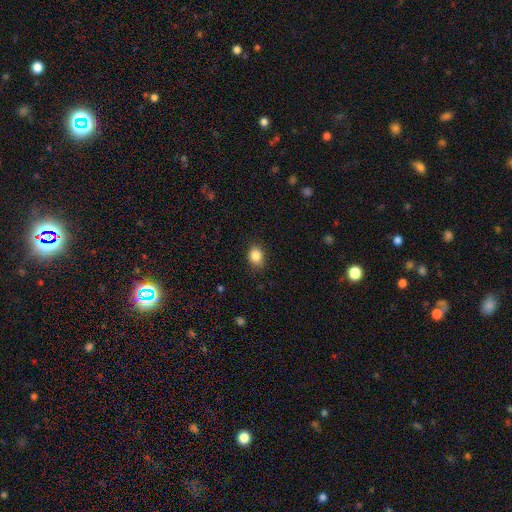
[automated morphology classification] smooth-or-featured: smooth: 86% | star or artifact: 10% | featured or disk: 5%
  how-rounded: in between: 51% | round: 48% | cigar-shaped: 1%
  merging: none: 83% | minor disturbance: 14% | major disturbance: 3% | merger: 1%